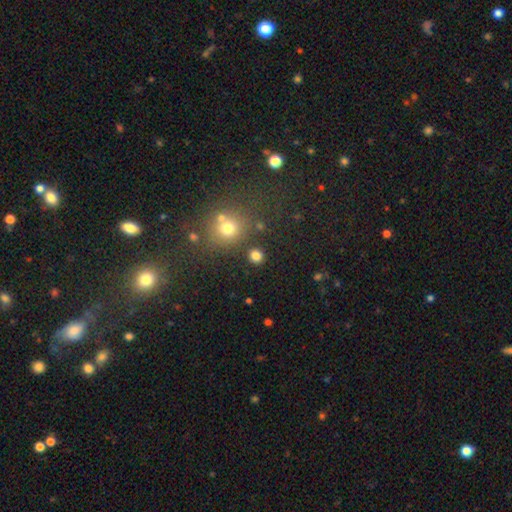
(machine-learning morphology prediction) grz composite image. It shows a smooth galaxy with no disk features (80%) that is round (89%). Merging: none (86%).